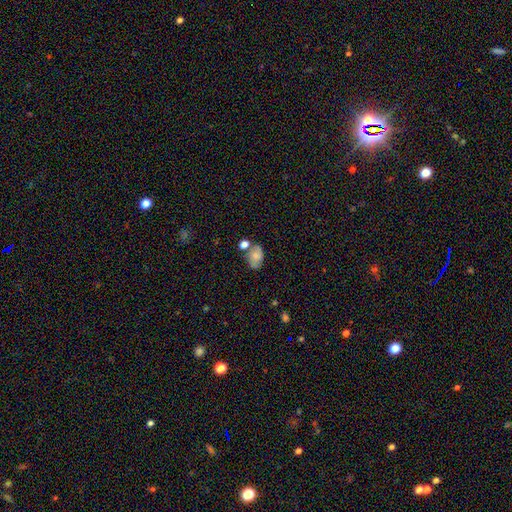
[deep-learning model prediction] smooth_or_featured: smooth (p=0.62) [alt: featured or disk p=0.28]
how_rounded: in between (p=0.81) [alt: round p=0.18]
merging: none (p=0.53) [alt: minor disturbance p=0.22]